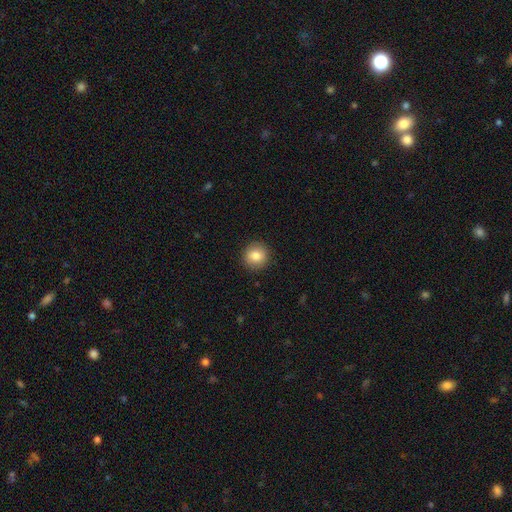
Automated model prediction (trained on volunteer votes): smooth 83%, star or artifact 9%, featured or disk 8%. Down the decision tree: how rounded — round (92%); merging — none (91%).